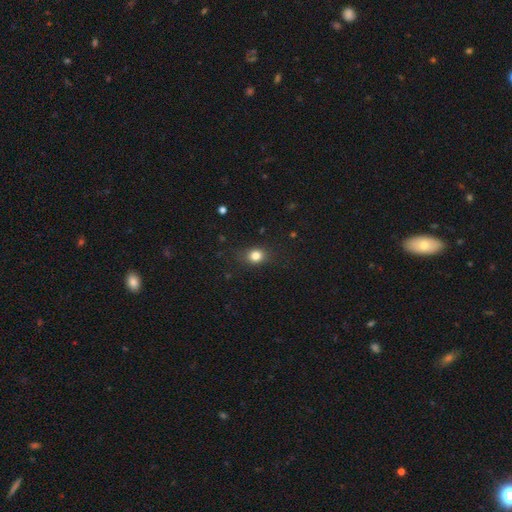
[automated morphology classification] type=smooth (82%); roundness=round (61%); merging=none (82%).